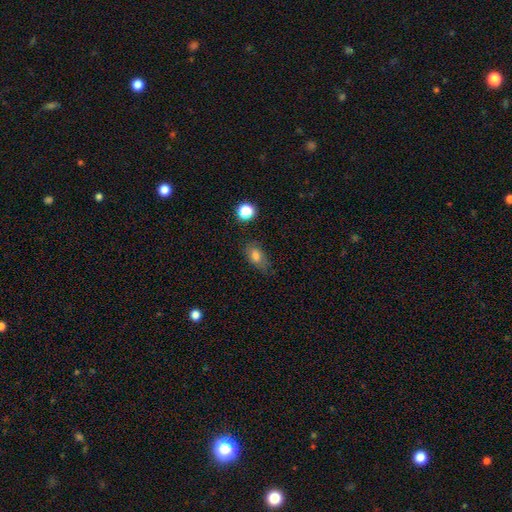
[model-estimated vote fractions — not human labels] Morphology: type=smooth (78%); roundness=in between (84%); merging=none (65%).